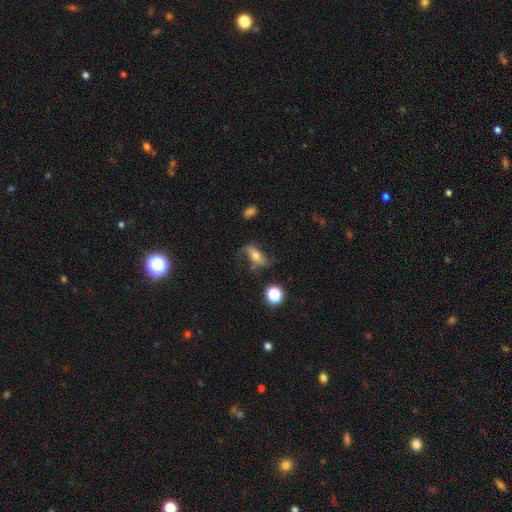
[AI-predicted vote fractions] Smooth or featured: featured or disk — 44% (smooth — 43%)
Merging: none — 53% (minor disturbance — 24%)